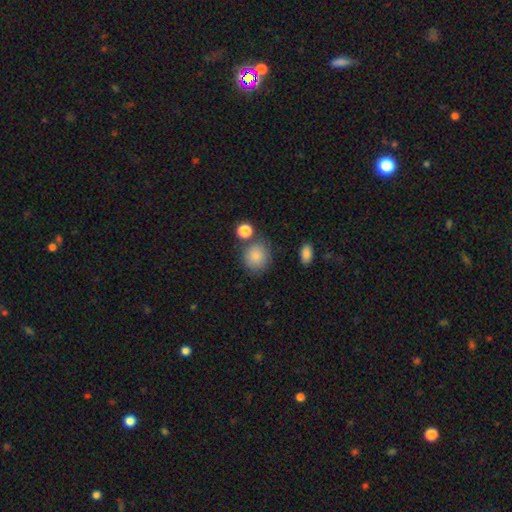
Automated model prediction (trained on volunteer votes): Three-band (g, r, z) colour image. It shows a smooth galaxy with no disk features (85%) that is round (78%). Merging: none (71%).